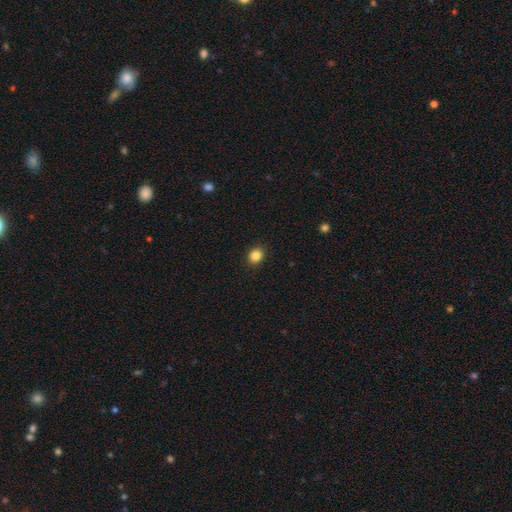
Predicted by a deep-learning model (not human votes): smooth 85%, star or artifact 10%, featured or disk 4%. Down the decision tree: how rounded — round (75%); merging — none (91%).